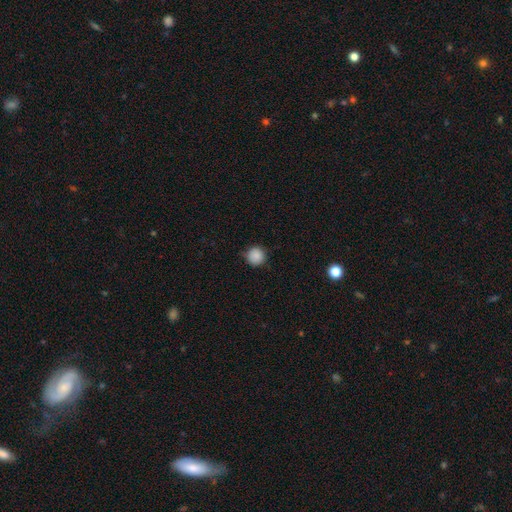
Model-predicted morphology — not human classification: The model was most divided on "merging": none: 87%, minor disturbance: 10%, major disturbance: 2%, merger: 1%. More confident: how rounded — round (95%); smooth or featured — smooth (87%).